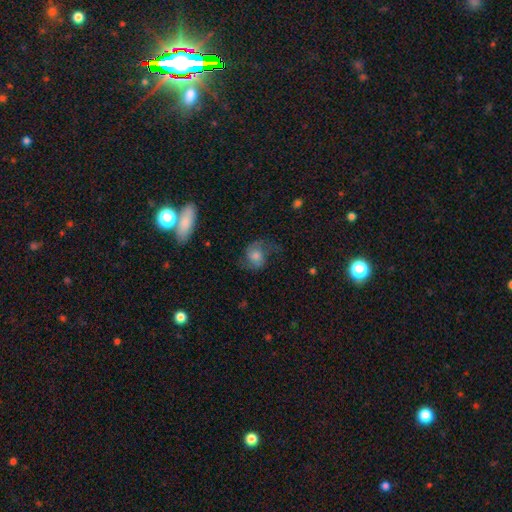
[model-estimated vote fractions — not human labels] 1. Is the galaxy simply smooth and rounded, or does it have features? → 63% featured or disk, 26% smooth, 10% star or artifact.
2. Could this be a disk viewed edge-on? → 96% no, 4% yes.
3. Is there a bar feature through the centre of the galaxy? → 66% no, 28% weak, 6% strong.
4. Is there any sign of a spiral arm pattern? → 93% yes, 7% no.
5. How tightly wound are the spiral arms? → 45% medium, 42% loose, 13% tight.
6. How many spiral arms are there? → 87% 2, 5% can't tell, 4% 1, 1% 3, 1% 4, 1% more than 4.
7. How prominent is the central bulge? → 50% moderate, 24% small, 16% large, 7% none, 3% dominant.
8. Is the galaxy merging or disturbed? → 63% none, 20% minor disturbance, 16% major disturbance, 2% merger.